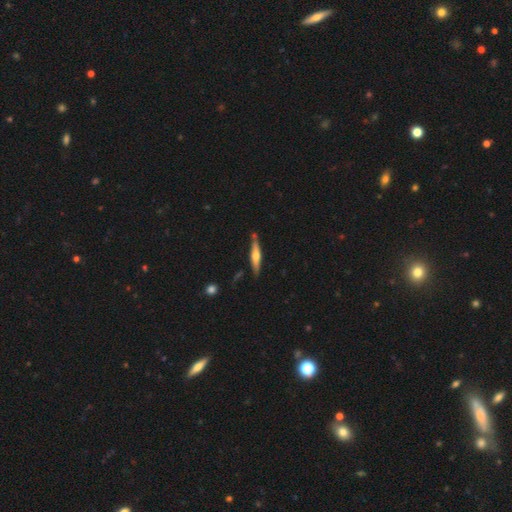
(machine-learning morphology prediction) This appears to be a featured or disk galaxy (53%) viewed edge-on (93%). Merging: none (79%).